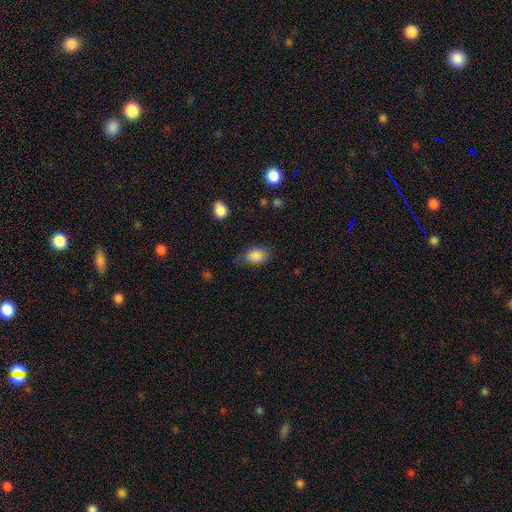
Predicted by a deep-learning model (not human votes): smooth_or_featured: smooth (p=0.66) [alt: star or artifact p=0.24]
how_rounded: in between (p=0.83) [alt: round p=0.13]
merging: none (p=0.70) [alt: minor disturbance p=0.21]